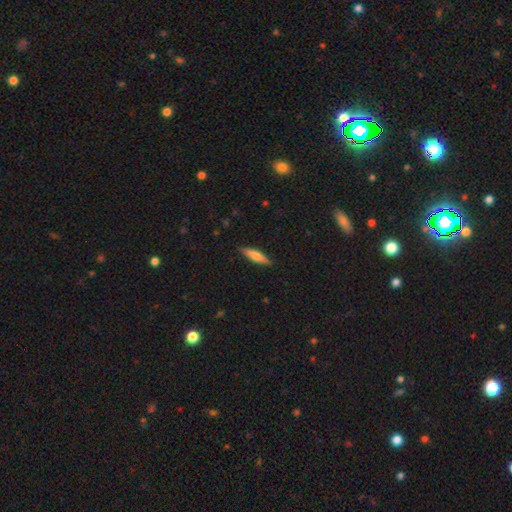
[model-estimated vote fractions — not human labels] The model was most divided on "smooth or featured": smooth: 61%, featured or disk: 33%, star or artifact: 6%. More confident: merging — none (89%); how rounded — cigar-shaped (80%).